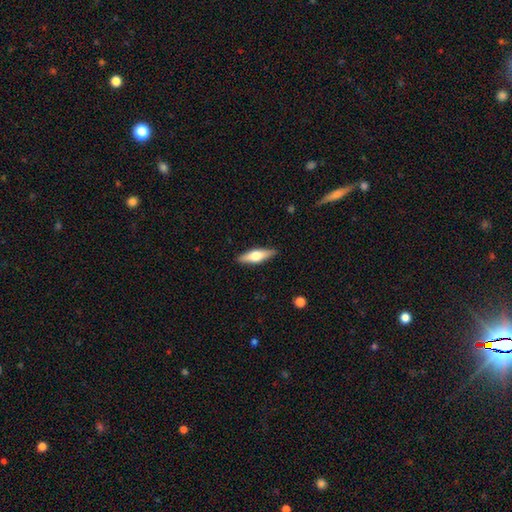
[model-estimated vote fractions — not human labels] A smooth galaxy with no disk features (50%). Merging: none (89%).